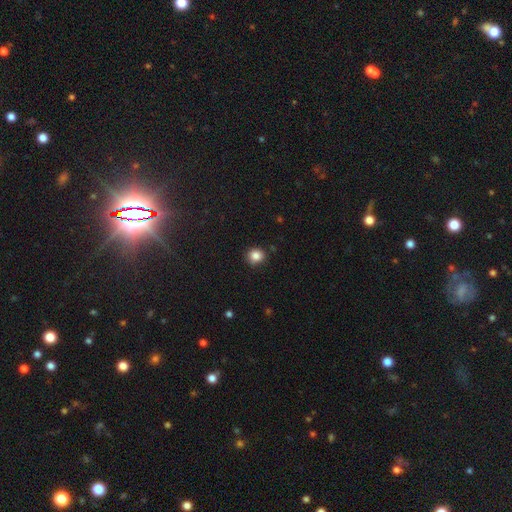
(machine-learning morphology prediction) A smooth galaxy with no disk features (85%) that is round (82%).

Vote fractions:
- Smooth or featured? smooth: 85% / star or artifact: 11% / featured or disk: 4%
- How rounded? round: 82% / in between: 17% / cigar-shaped: 1%
- Merging? none: 86% / minor disturbance: 11% / major disturbance: 2% / merger: 1%